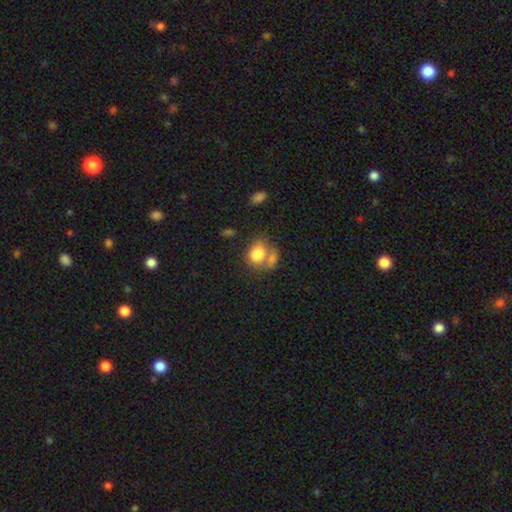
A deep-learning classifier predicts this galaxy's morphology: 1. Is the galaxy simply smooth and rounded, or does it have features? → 76% smooth, 15% featured or disk, 9% star or artifact.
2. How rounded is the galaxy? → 60% in between, 39% round, 1% cigar-shaped.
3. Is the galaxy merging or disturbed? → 50% merger, 28% none, 13% minor disturbance, 10% major disturbance.